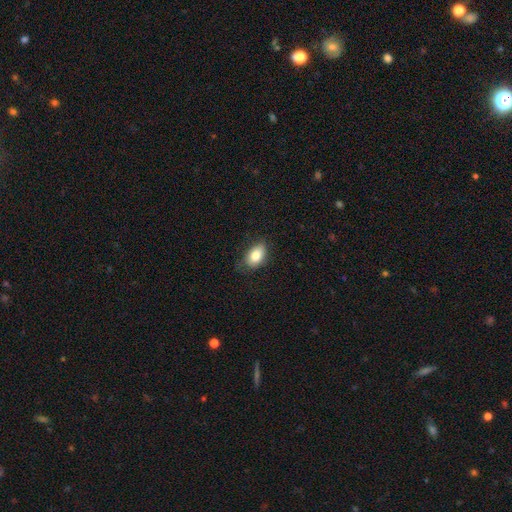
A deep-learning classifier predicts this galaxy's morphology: smooth-or-featured: smooth: 81% | featured or disk: 11% | star or artifact: 8%
  how-rounded: in between: 88% | round: 10% | cigar-shaped: 2%
  merging: none: 70% | minor disturbance: 23% | major disturbance: 6% | merger: 1%